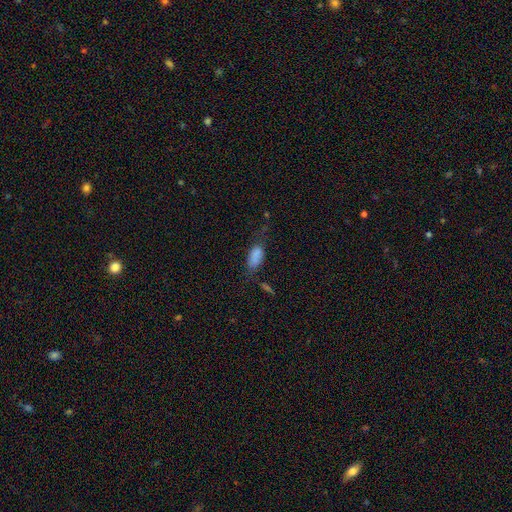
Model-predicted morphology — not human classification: Smooth or featured?
  - smooth: 82% *
  - star or artifact: 10%
  - featured or disk: 9%
How rounded?
  - in between: 86% *
  - cigar-shaped: 11%
  - round: 3%
Merging?
  - none: 44% *
  - minor disturbance: 31%
  - major disturbance: 20%
  - merger: 6%